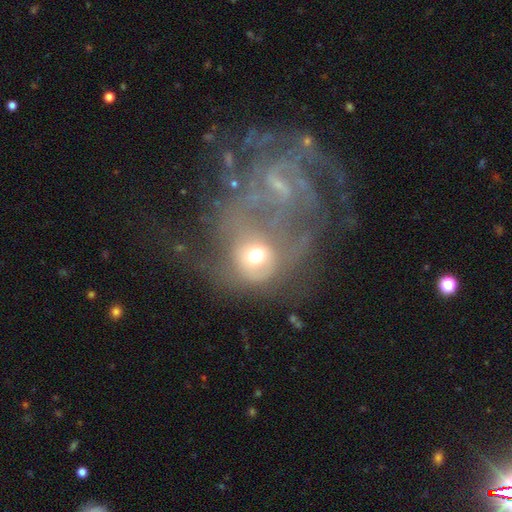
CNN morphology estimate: Smooth or featured: featured or disk — 44% (smooth — 43%)
Merging: merger — 36% (major disturbance — 32%)